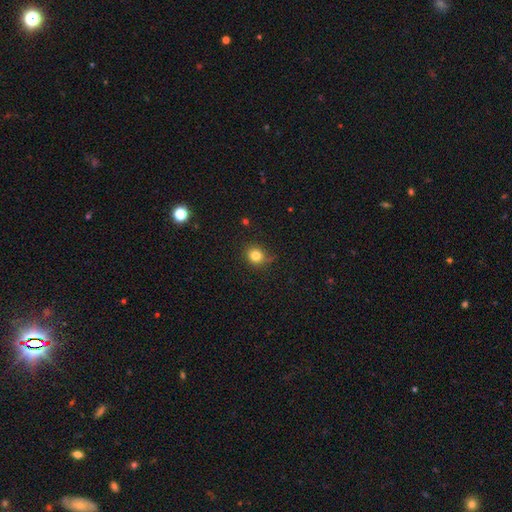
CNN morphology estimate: The model was most divided on "merging": none: 75%, minor disturbance: 18%, major disturbance: 5%, merger: 2%. More confident: how rounded — round (82%); smooth or featured — smooth (80%).